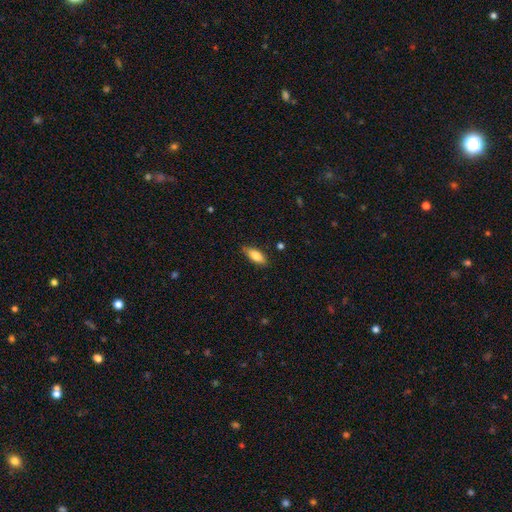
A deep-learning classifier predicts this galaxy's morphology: Smooth or featured? Predicted: smooth (p=0.79). How rounded? Predicted: in between (p=0.78). Merging? Predicted: none (p=0.81).